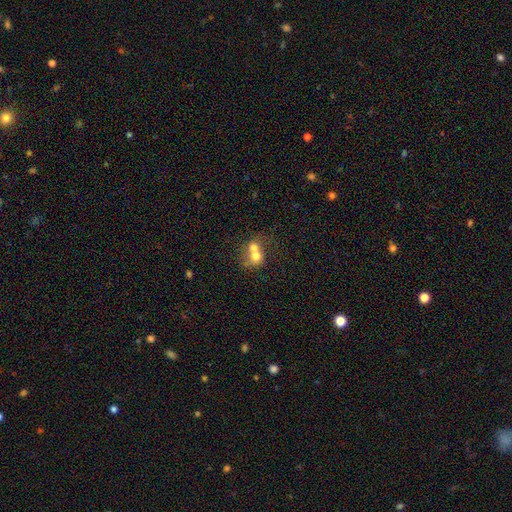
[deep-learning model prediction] This appears to be a smooth galaxy with no disk features (63%) that is round (64%). Merging: merger (72%).